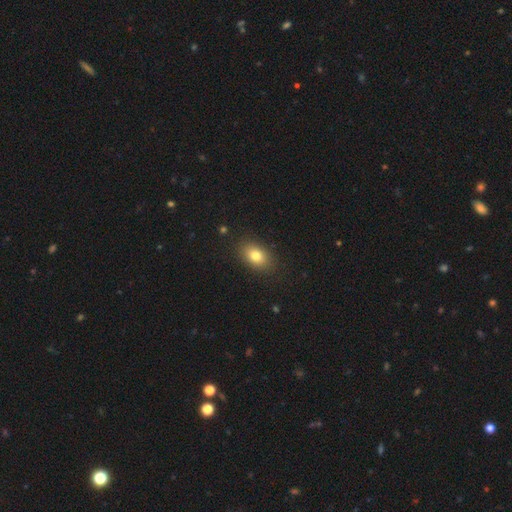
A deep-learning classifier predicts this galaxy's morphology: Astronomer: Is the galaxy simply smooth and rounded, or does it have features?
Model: smooth — 80%.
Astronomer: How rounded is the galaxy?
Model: in between — 83%.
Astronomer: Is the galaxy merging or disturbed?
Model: none — 87%.